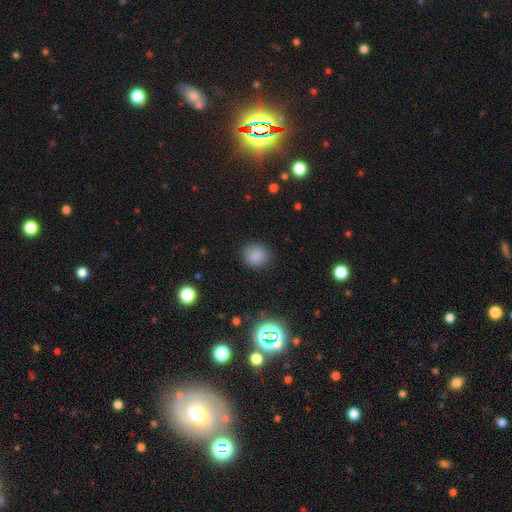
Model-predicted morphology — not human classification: smooth_or_featured: smooth (p=0.84) [alt: star or artifact p=0.12]
how_rounded: round (p=0.75) [alt: in between p=0.24]
merging: none (p=0.85) [alt: minor disturbance p=0.10]